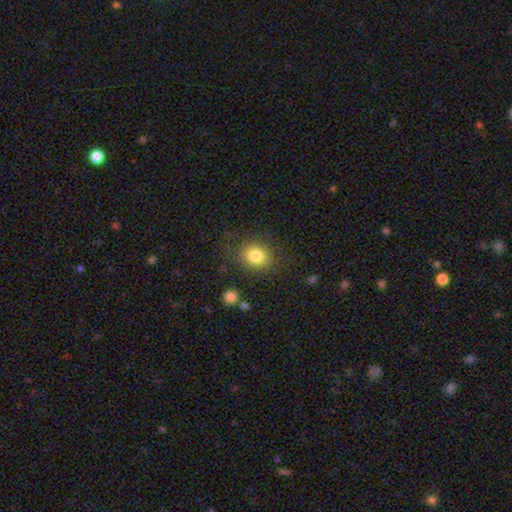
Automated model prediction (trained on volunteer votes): smooth-or-featured: smooth: 81% | star or artifact: 10% | featured or disk: 8%
  how-rounded: round: 66% | in between: 33% | cigar-shaped: 1%
  merging: none: 80% | minor disturbance: 12% | major disturbance: 5% | merger: 2%